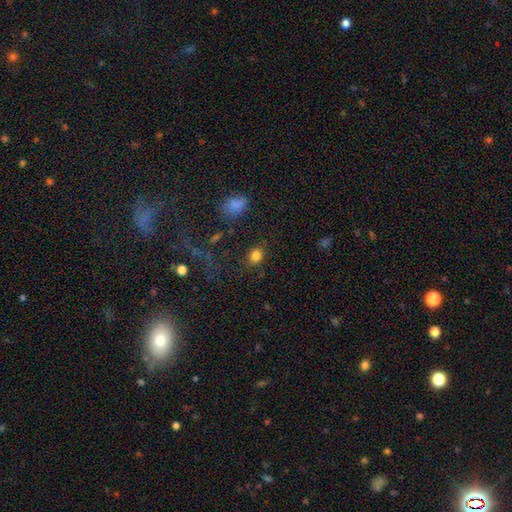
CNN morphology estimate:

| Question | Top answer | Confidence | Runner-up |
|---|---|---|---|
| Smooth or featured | smooth | 82% | star or artifact (13%) |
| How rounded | round | 56% | in between (43%) |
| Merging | none | 82% | minor disturbance (12%) |